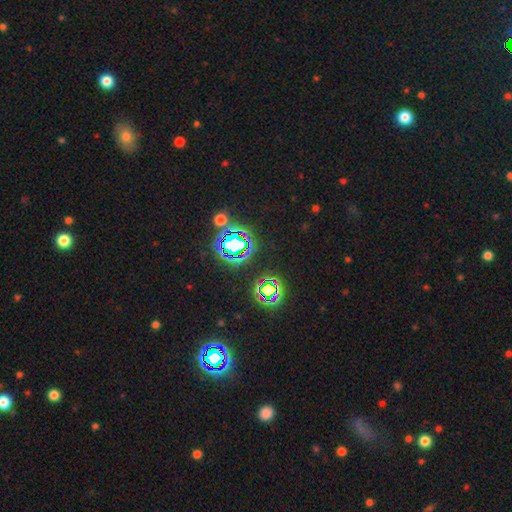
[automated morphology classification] Smooth or featured?
  - star or artifact: 78% *
  - smooth: 15%
  - featured or disk: 7%